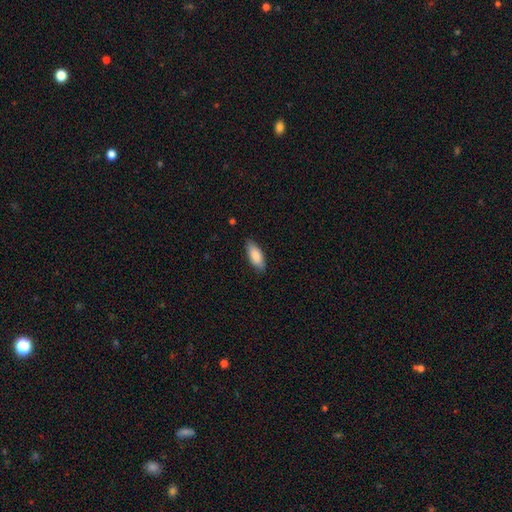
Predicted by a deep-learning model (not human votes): Overall: smooth (85%). How rounded: in between (78%). Merging: none (84%).